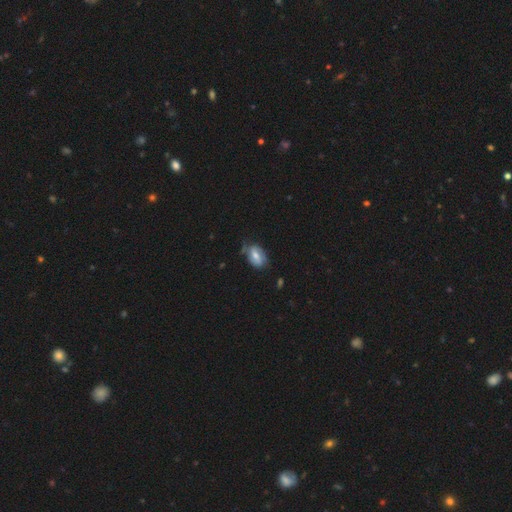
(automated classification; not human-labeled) Smooth or featured? smooth (47%)
Merging? none (56%)